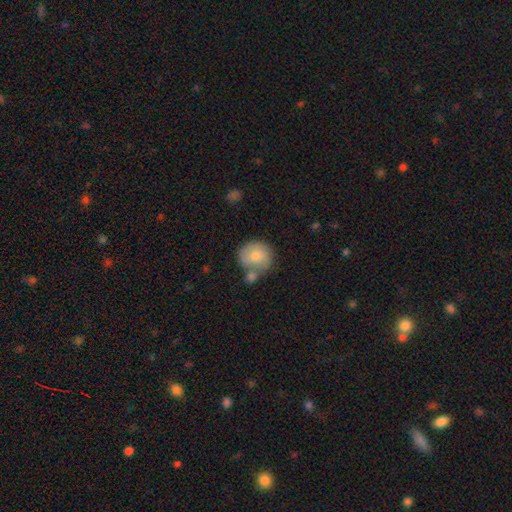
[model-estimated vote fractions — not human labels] Smooth or featured? Predicted: smooth (p=0.74). How rounded? Predicted: round (p=0.82). Merging? Predicted: none (p=0.50).